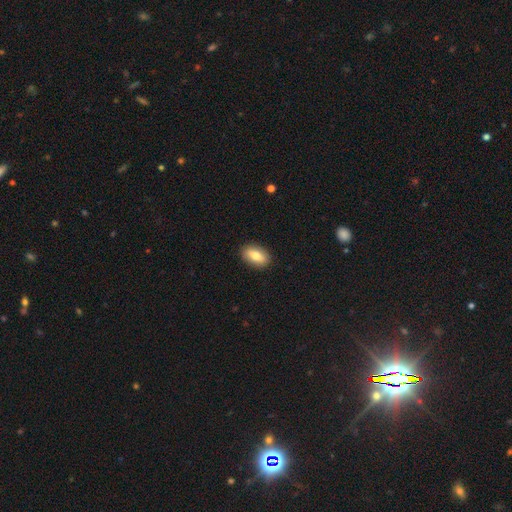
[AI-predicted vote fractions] smooth-or-featured: smooth: 79% | featured or disk: 14% | star or artifact: 7%
  how-rounded: in between: 90% | round: 7% | cigar-shaped: 3%
  merging: none: 90% | minor disturbance: 8% | major disturbance: 2% | merger: 1%